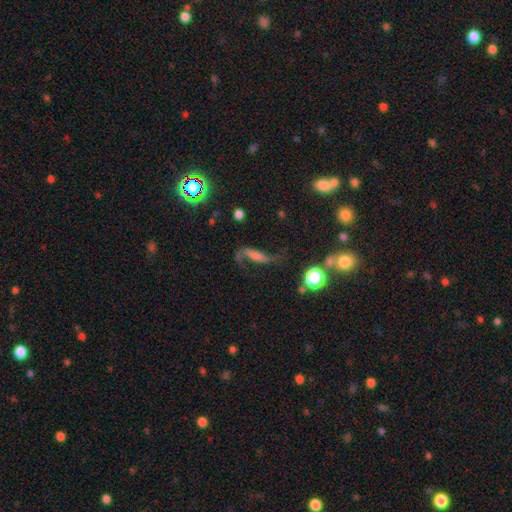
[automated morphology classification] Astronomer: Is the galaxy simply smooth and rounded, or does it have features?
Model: featured or disk — 67%.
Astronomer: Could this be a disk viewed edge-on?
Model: no — 87%.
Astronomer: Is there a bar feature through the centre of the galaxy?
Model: no — 36% (runner-up: weak, 32%).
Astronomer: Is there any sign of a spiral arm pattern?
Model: yes — 92%.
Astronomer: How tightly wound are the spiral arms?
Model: loose — 84%.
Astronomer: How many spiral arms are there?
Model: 2 — 87%.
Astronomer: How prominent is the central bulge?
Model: none — 40% (runner-up: small, 24%).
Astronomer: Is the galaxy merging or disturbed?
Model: none — 57%.